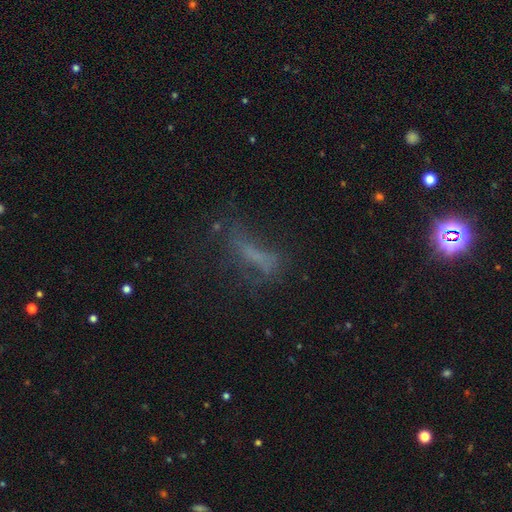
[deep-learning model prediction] Smooth or featured? smooth (42%)
Merging? none (44%)